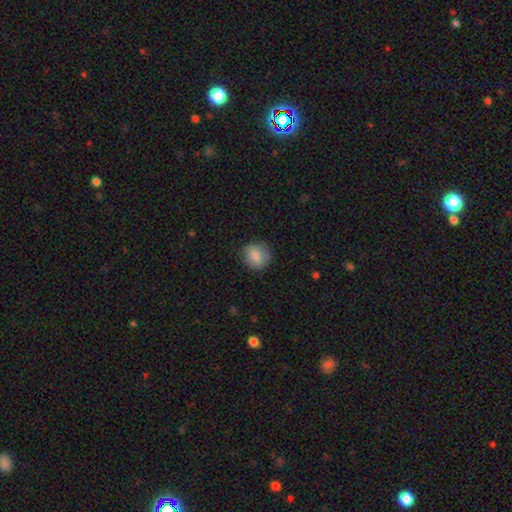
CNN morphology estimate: smooth 85%, star or artifact 8%, featured or disk 7%. Down the decision tree: how rounded — round (84%); merging — none (84%).